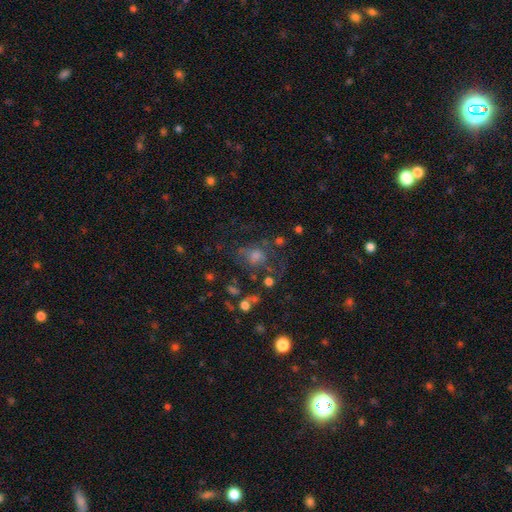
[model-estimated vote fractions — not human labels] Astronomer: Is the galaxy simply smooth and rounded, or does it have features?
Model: smooth — 44% (runner-up: featured or disk, 34%).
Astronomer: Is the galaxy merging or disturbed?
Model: none — 47% (runner-up: major disturbance, 27%).